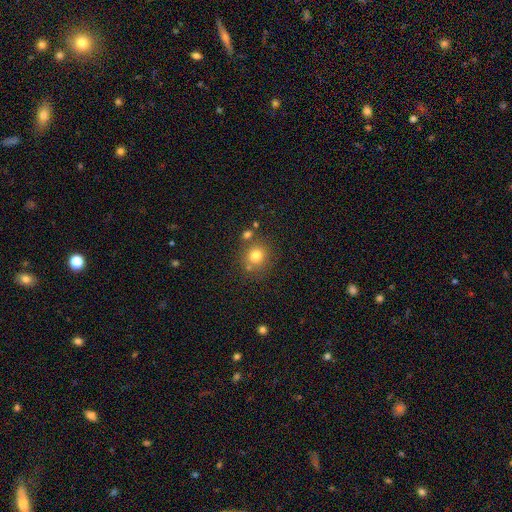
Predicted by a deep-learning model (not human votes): Smooth or featured: smooth — 78% (star or artifact — 13%)
How rounded: round — 85% (in between — 14%)
Merging: none — 73% (merger — 12%)